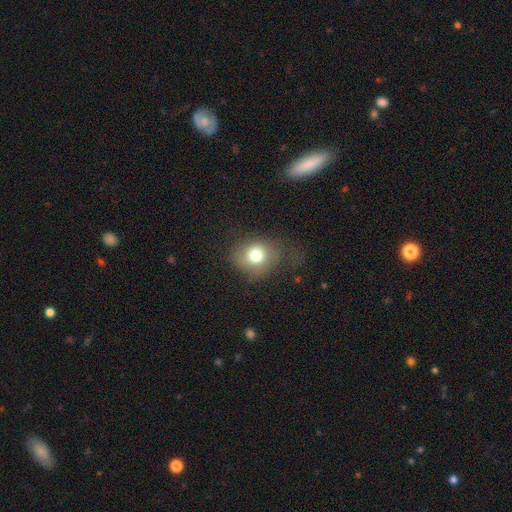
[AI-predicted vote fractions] Overall: smooth (75%). How rounded: round (65%; in between 34%). Merging: none (51%; minor disturbance 27%).